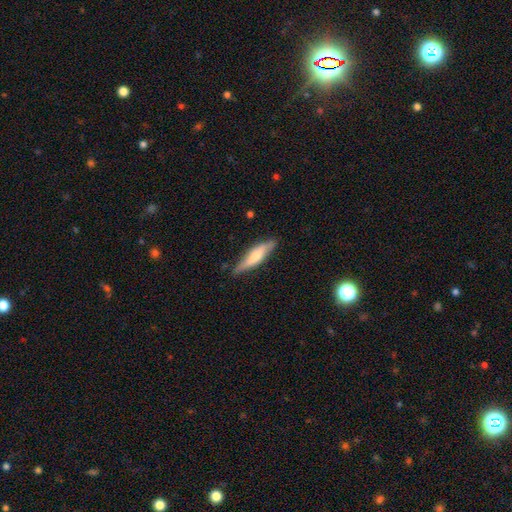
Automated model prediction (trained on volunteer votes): Q: Smooth or featured?
A: smooth (50%); runner-up: featured or disk (44%)
Q: How rounded?
A: cigar-shaped (76%); runner-up: in between (23%)
Q: Merging?
A: none (78%); runner-up: minor disturbance (17%)